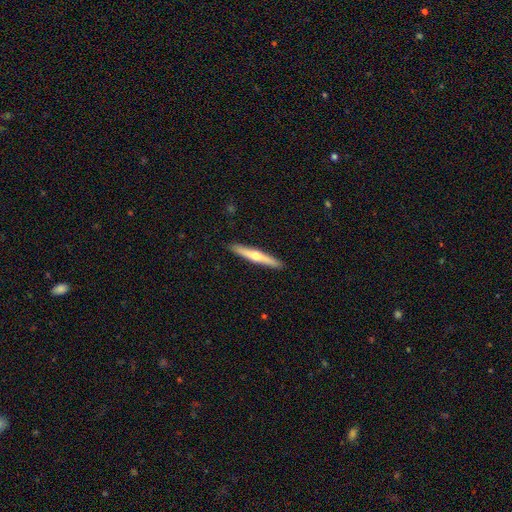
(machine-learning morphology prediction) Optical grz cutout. It shows a featured or disk galaxy (54%) viewed edge-on (96%) with a rounded central bulge (86%). Merging: none (92%).